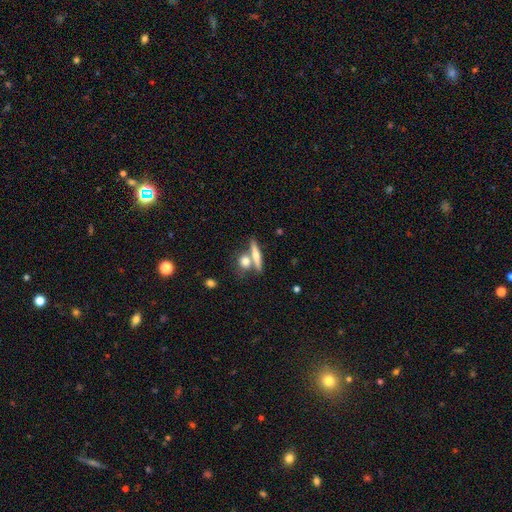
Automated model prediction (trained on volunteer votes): Smooth or featured: smooth — 49% (featured or disk — 43%)
Merging: none — 60% (merger — 28%)